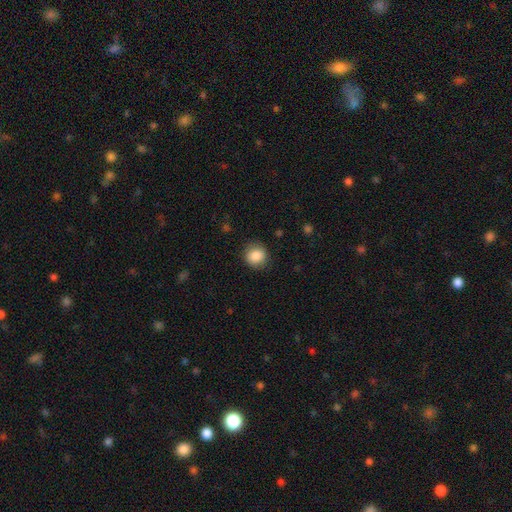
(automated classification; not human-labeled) smooth_or_featured: smooth (p=0.87) [alt: star or artifact p=0.09]
how_rounded: round (p=0.86) [alt: in between p=0.13]
merging: none (p=0.85) [alt: minor disturbance p=0.11]